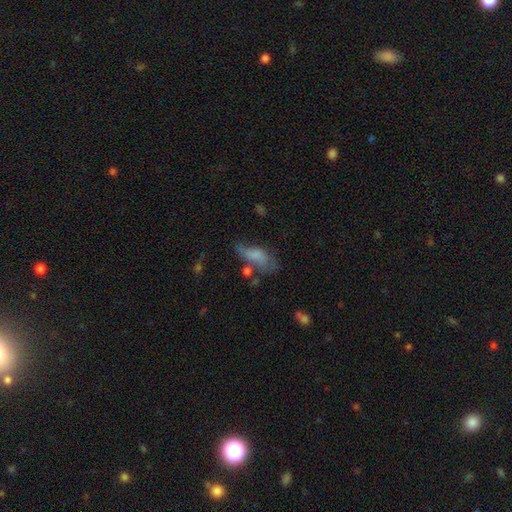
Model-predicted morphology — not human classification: Smooth or featured? smooth (61%)
How rounded? in between (79%)
Merging? none (31%)